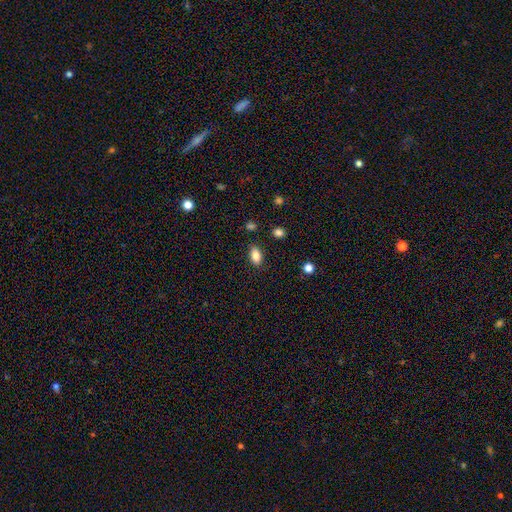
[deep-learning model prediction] Overall: smooth (84%). How rounded: in between (88%). Merging: none (86%).